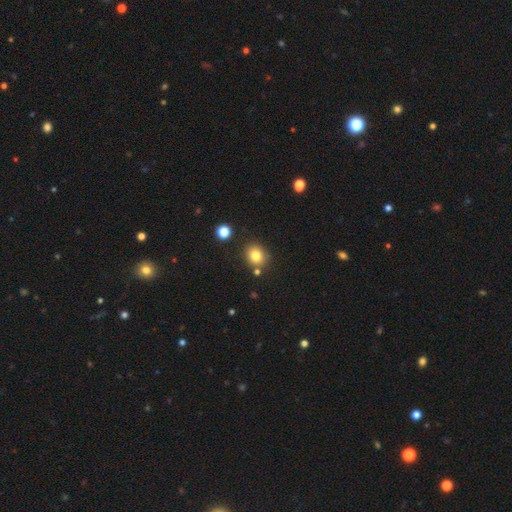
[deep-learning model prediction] smooth_or_featured: smooth (p=0.80) [alt: star or artifact p=0.12]
how_rounded: round (p=0.78) [alt: in between p=0.21]
merging: none (p=0.81) [alt: minor disturbance p=0.10]